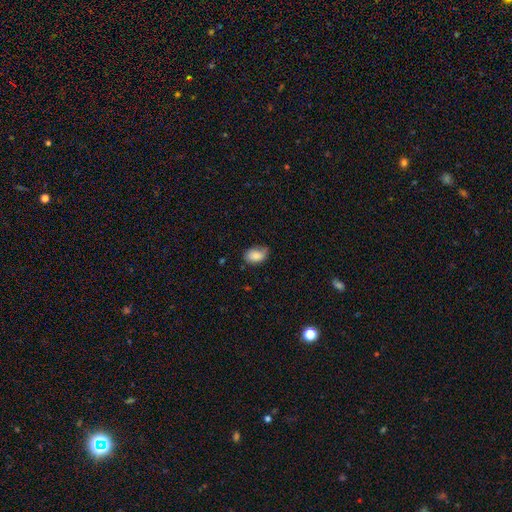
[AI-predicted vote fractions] This is clearly a smooth galaxy (83%). How rounded: clearly in between (86%). Merging: possibly none (58%).